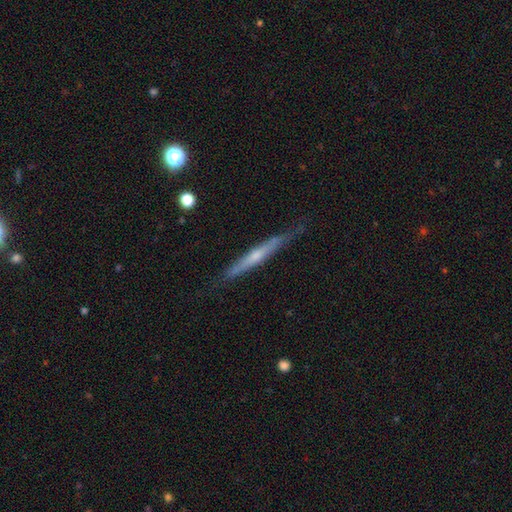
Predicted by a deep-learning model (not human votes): Smooth or featured? featured or disk (62%)
Edge-on disk? yes (96%)
Edge-on bulge? rounded (54%)
Merging? none (80%)